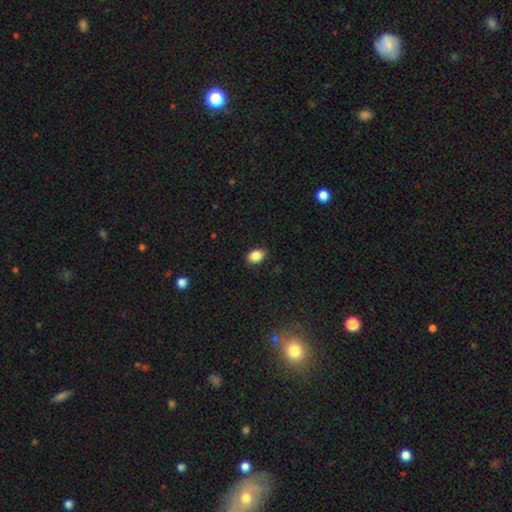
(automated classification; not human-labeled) Morphology: type=smooth (87%); roundness=in between (72%); merging=none (87%).